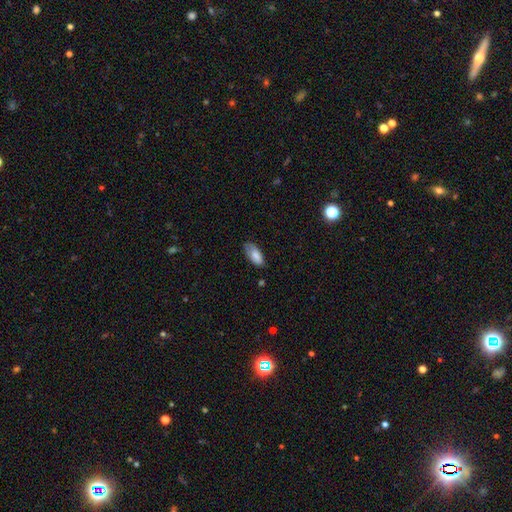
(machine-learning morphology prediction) smooth-or-featured: smooth: 84% | featured or disk: 10% | star or artifact: 7%
  how-rounded: in between: 88% | cigar-shaped: 10% | round: 2%
  merging: none: 62% | minor disturbance: 30% | major disturbance: 7% | merger: 2%